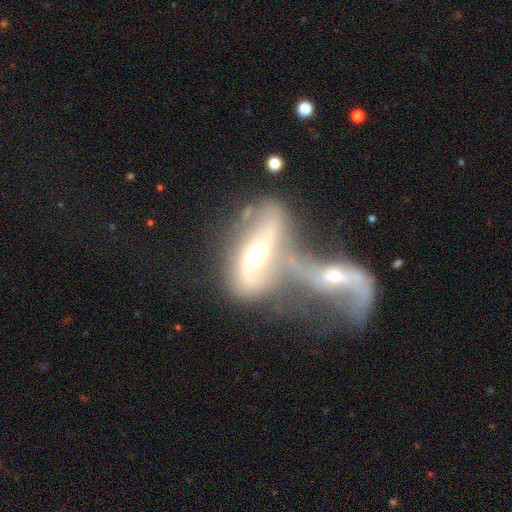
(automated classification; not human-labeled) A featured or disk galaxy (60%).

Vote fractions:
- Smooth or featured? featured or disk: 60% / smooth: 31% / star or artifact: 9%
- Edge-on disk? no: 80% / yes: 20%
- Merging? merger: 76% / none: 10% / major disturbance: 9% / minor disturbance: 5%